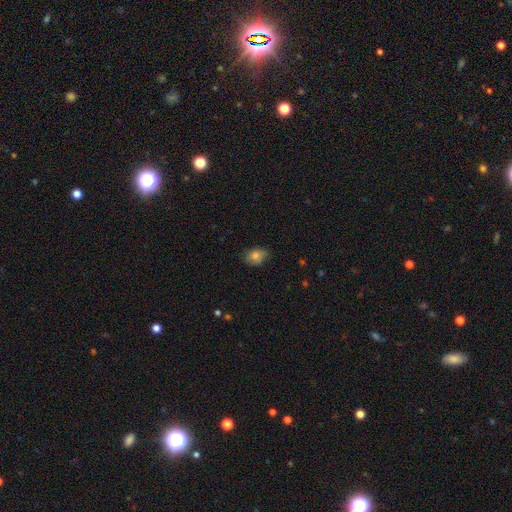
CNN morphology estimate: Smooth or featured? smooth (77%)
How rounded? in between (72%)
Merging? none (76%)